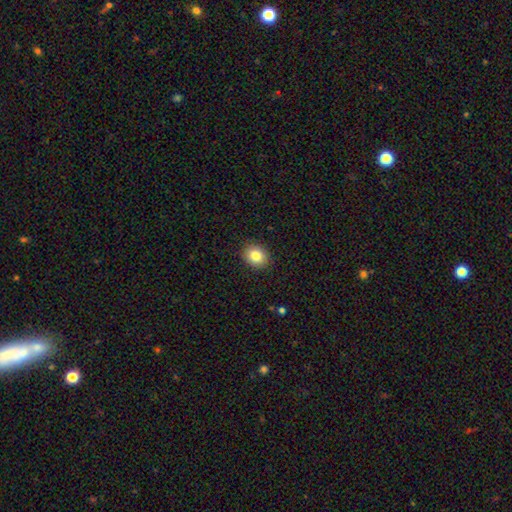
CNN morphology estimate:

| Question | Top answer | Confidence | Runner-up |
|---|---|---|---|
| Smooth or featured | smooth | 83% | star or artifact (9%) |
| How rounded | round | 61% | in between (38%) |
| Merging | none | 90% | minor disturbance (7%) |